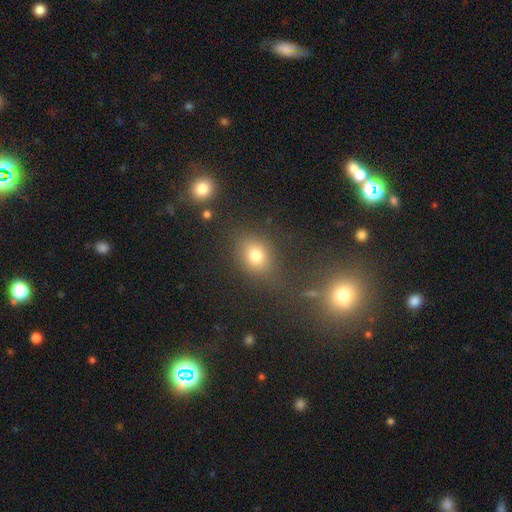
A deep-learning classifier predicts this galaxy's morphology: Smooth or featured? Predicted: smooth (p=0.73). How rounded? Predicted: round (p=0.53). Merging? Predicted: none (p=0.75).